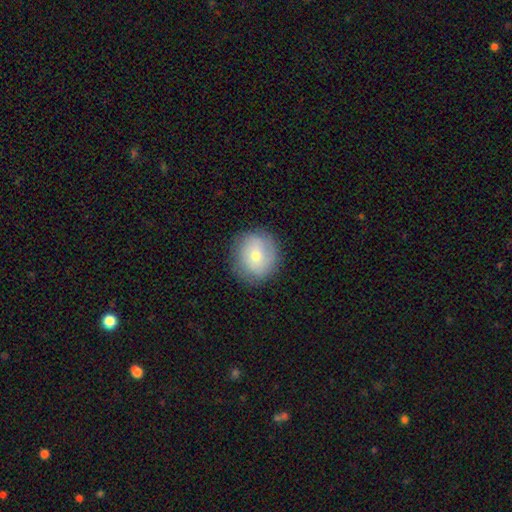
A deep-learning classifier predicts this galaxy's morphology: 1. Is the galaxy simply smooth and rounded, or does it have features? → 63% smooth, 28% featured or disk, 9% star or artifact.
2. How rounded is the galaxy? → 87% round, 12% in between, 1% cigar-shaped.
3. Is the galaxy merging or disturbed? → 84% none, 11% minor disturbance, 4% major disturbance, 1% merger.